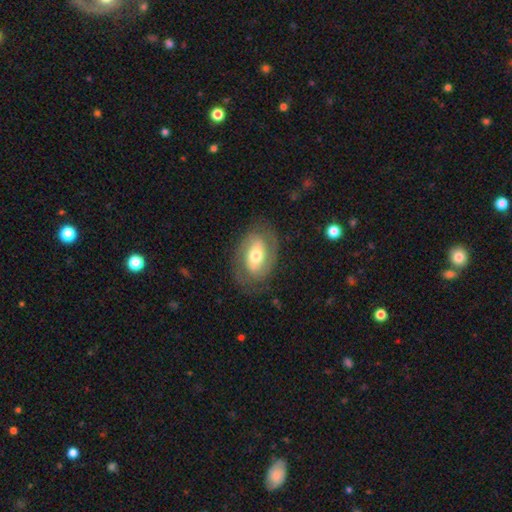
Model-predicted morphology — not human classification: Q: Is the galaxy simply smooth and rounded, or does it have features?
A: featured or disk — 65%.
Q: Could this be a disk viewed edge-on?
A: no — 94%.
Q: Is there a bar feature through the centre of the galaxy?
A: no — 45%.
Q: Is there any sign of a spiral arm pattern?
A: yes — 69%.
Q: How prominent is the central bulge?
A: moderate — 68%.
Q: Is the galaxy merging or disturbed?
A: none — 75%.